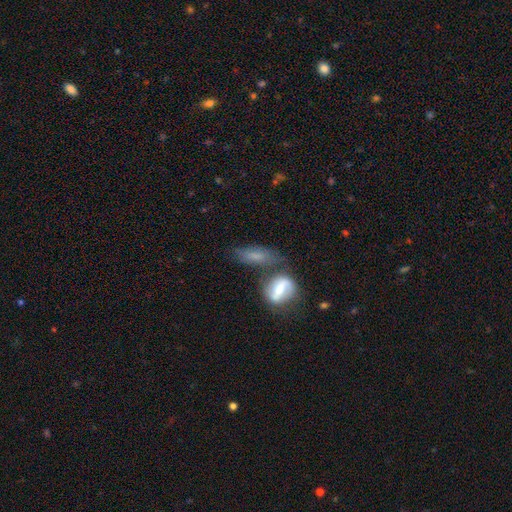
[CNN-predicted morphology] Smooth or featured? Predicted: smooth (p=0.62). How rounded? Predicted: in between (p=0.60). Merging? Predicted: none (p=0.45).